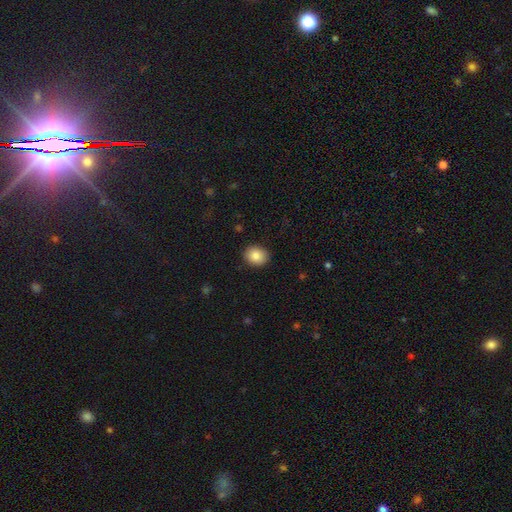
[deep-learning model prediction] Smooth or featured? smooth (86%)
How rounded? round (54%)
Merging? none (88%)